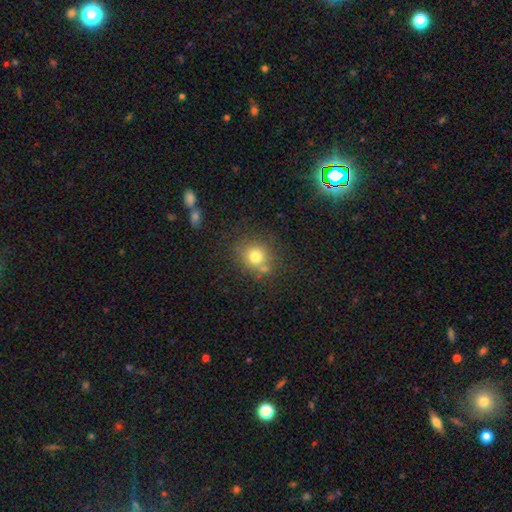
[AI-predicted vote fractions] smooth_or_featured: smooth (p=0.76) [alt: star or artifact p=0.13]
how_rounded: round (p=0.80) [alt: in between p=0.19]
merging: none (p=0.69) [alt: minor disturbance p=0.14]